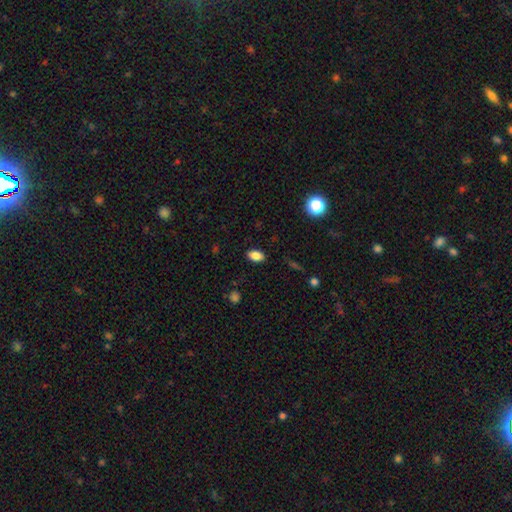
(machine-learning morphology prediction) Smooth or featured?
  - smooth: 86% *
  - star or artifact: 9%
  - featured or disk: 5%
How rounded?
  - in between: 90% *
  - round: 8%
  - cigar-shaped: 2%
Merging?
  - none: 88% *
  - minor disturbance: 9%
  - major disturbance: 2%
  - merger: 1%